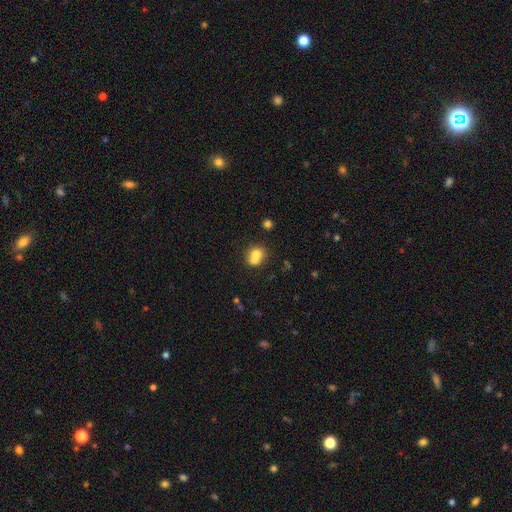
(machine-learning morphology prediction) type=smooth (70%); roundness=round (73%); merging=merger (55%).